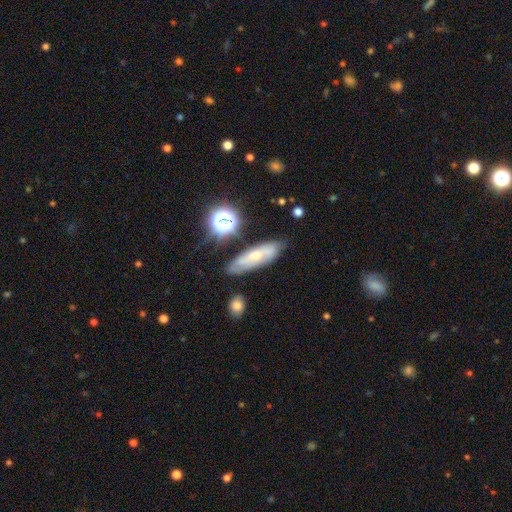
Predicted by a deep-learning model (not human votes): smooth-or-featured: featured or disk: 46% | smooth: 42% | star or artifact: 12%
  merging: none: 73% | minor disturbance: 18% | major disturbance: 5% | merger: 4%